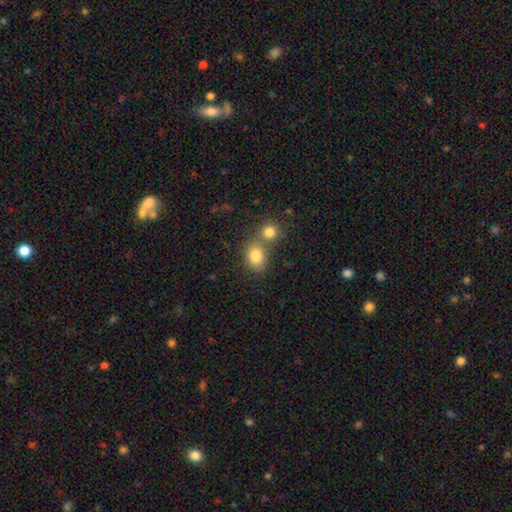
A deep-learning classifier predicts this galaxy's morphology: This is clearly a smooth galaxy (82%). How rounded: possibly round (51%). Merging: possibly none (45%).